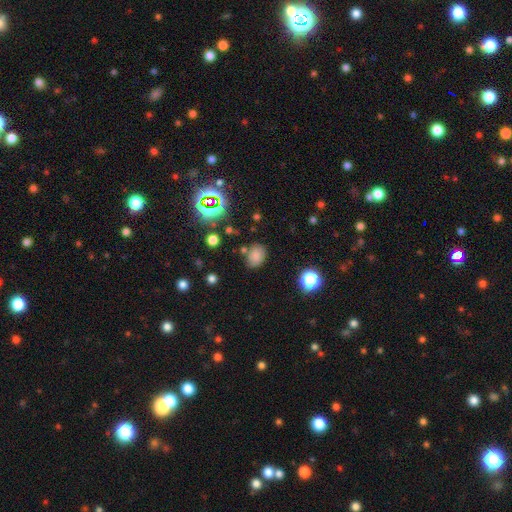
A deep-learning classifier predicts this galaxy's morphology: The model was most divided on "how rounded": in between: 68%, round: 31%, cigar-shaped: 1%. More confident: smooth or featured — smooth (75%); merging — none (75%).